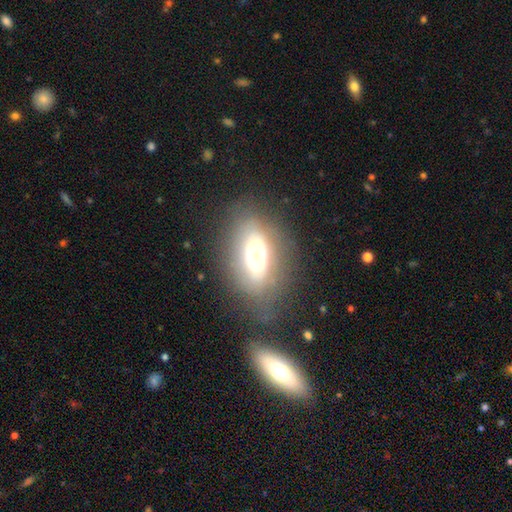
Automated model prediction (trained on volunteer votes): Q: Smooth or featured?
A: smooth (53%); runner-up: featured or disk (36%)
Q: How rounded?
A: in between (84%); runner-up: round (10%)
Q: Merging?
A: none (61%); runner-up: minor disturbance (21%)